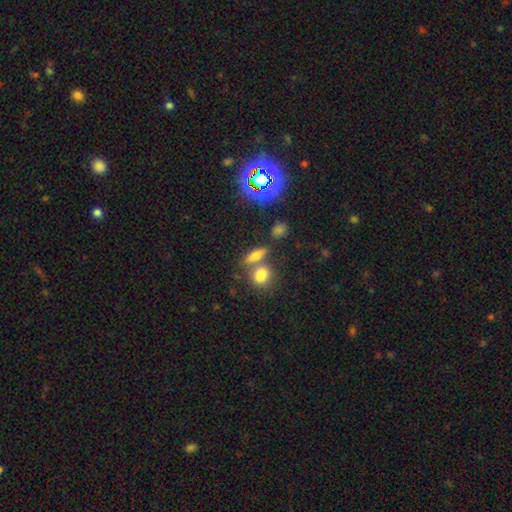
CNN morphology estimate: Overall: smooth (65%). How rounded: in between (56%; cigar-shaped 26%). Merging: none (54%; merger 32%).